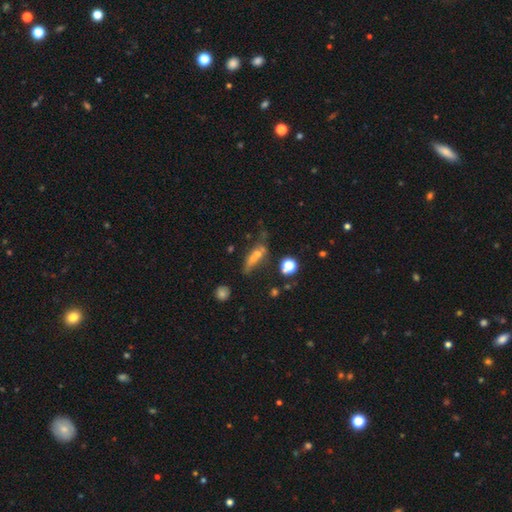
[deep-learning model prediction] A smooth galaxy with no disk features (50%).

Vote fractions:
- Smooth or featured? smooth: 50% / featured or disk: 32% / star or artifact: 18%
- Merging? none: 37% / merger: 30% / minor disturbance: 18% / major disturbance: 15%